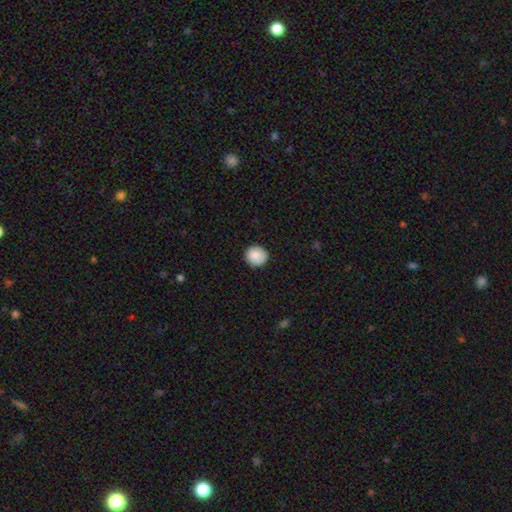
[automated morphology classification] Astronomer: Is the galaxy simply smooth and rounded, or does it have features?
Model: smooth — 87%.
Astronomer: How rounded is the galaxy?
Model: round — 92%.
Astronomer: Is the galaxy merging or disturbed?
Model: none — 87%.